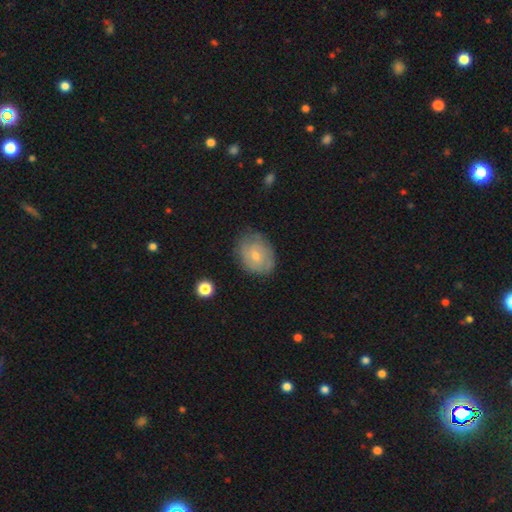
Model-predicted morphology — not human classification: Overall: smooth (47%; featured or disk 45%). Merging: none (73%).